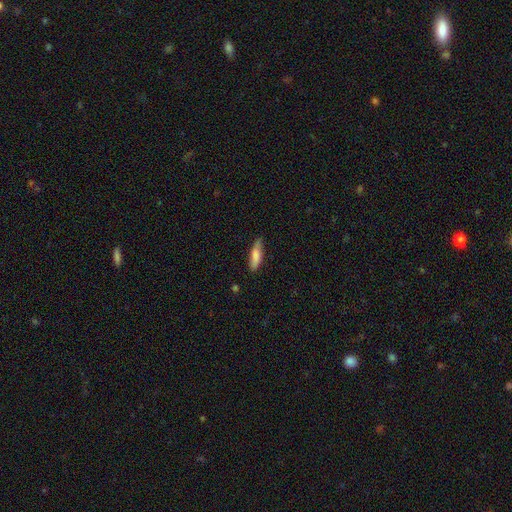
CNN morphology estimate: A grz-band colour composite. It shows a smooth galaxy with no disk features (78%) that is cigar-shaped (57%). Merging: none (74%).